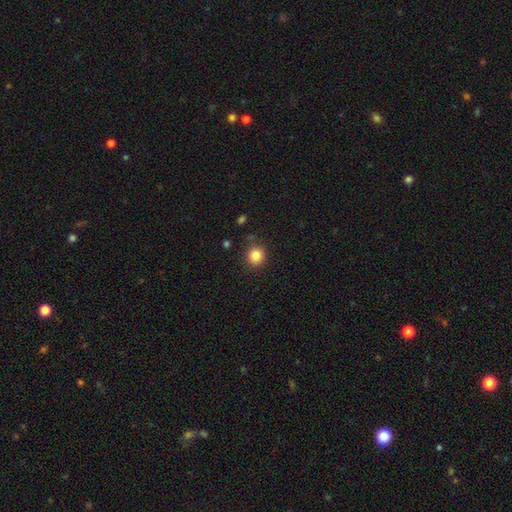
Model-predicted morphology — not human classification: smooth_or_featured: smooth (p=0.84) [alt: star or artifact p=0.11]
how_rounded: round (p=0.89) [alt: in between p=0.11]
merging: none (p=0.87) [alt: minor disturbance p=0.08]